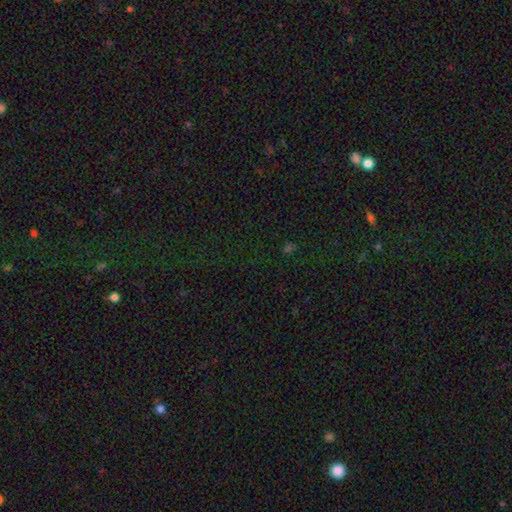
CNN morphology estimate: Smooth or featured?
  - star or artifact: 73% *
  - smooth: 17%
  - featured or disk: 10%